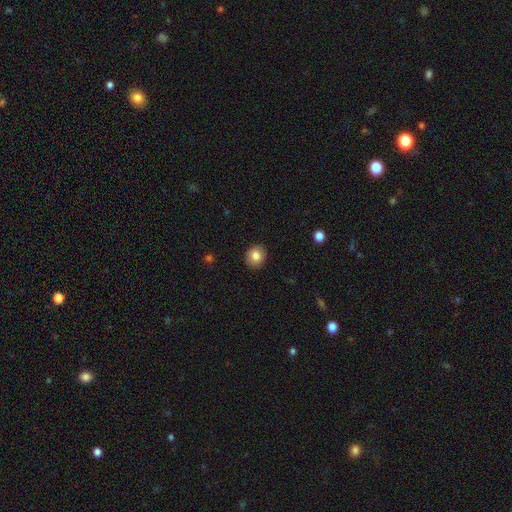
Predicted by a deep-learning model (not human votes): Morphology: type=smooth (84%); roundness=round (81%); merging=none (90%).